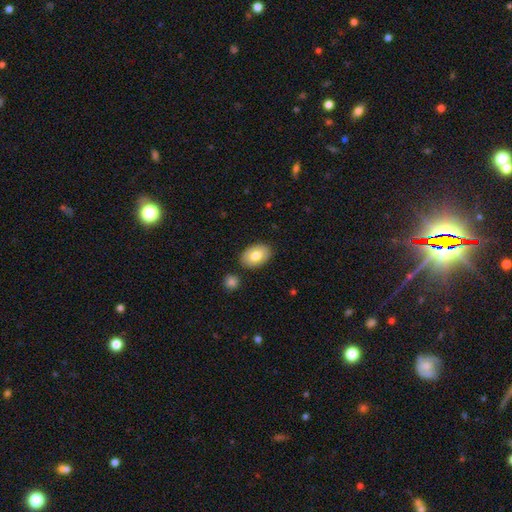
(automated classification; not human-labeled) A smooth galaxy with no disk features (78%) that is in between round and cigar-shaped (87%).

Vote fractions:
- Smooth or featured? smooth: 78% / featured or disk: 15% / star or artifact: 7%
- How rounded? in between: 87% / round: 12% / cigar-shaped: 1%
- Merging? none: 85% / minor disturbance: 9% / merger: 3% / major disturbance: 2%